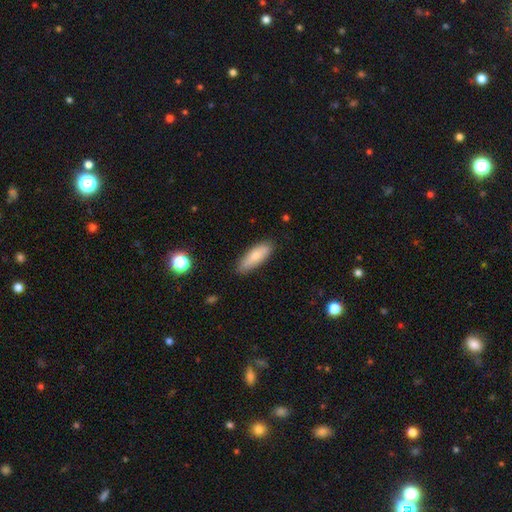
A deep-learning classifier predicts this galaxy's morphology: A smooth galaxy with no disk features (77%) that is in between round and cigar-shaped (59%).

Vote fractions:
- Smooth or featured? smooth: 77% / featured or disk: 17% / star or artifact: 6%
- How rounded? in between: 59% / cigar-shaped: 39% / round: 2%
- Merging? none: 81% / minor disturbance: 15% / major disturbance: 2% / merger: 1%